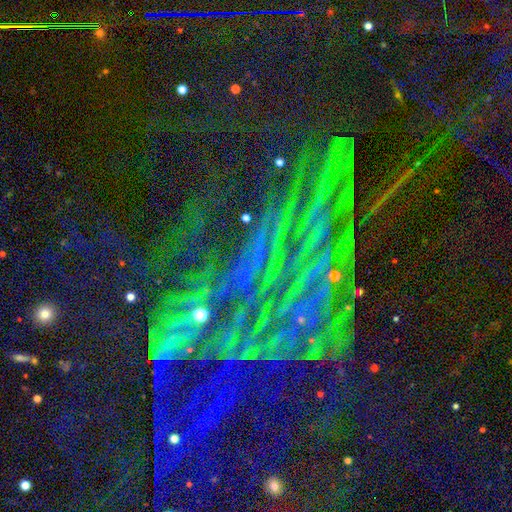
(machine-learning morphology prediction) Smooth or featured? star or artifact (83%)